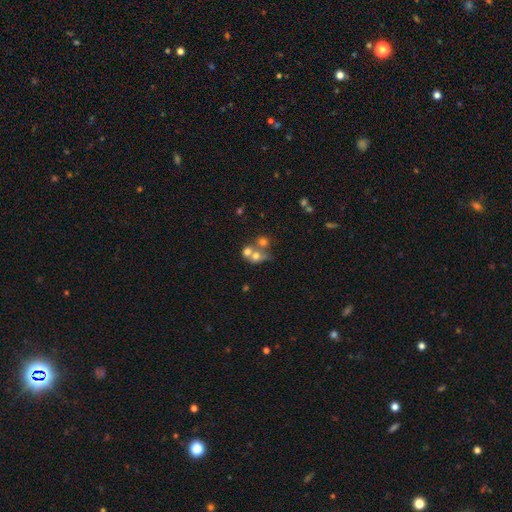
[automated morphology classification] Smooth or featured? Predicted: smooth (p=0.59). How rounded? Predicted: round (p=0.71). Merging? Predicted: merger (p=0.59).